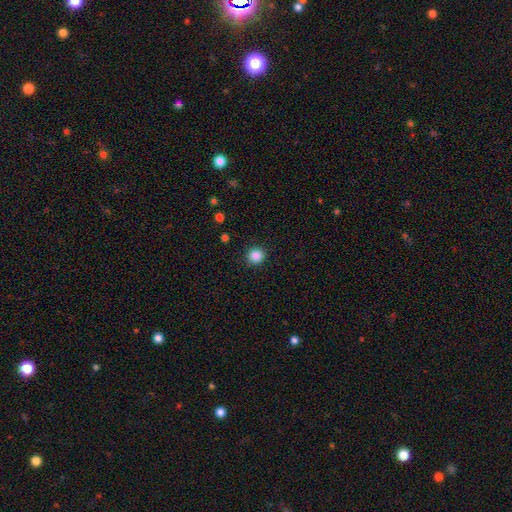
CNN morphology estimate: A smooth galaxy with no disk features (87%) that is round (92%).

Vote fractions:
- Smooth or featured? smooth: 87% / star or artifact: 10% / featured or disk: 3%
- How rounded? round: 92% / in between: 7% / cigar-shaped: 1%
- Merging? none: 92% / minor disturbance: 5% / major disturbance: 2% / merger: 1%